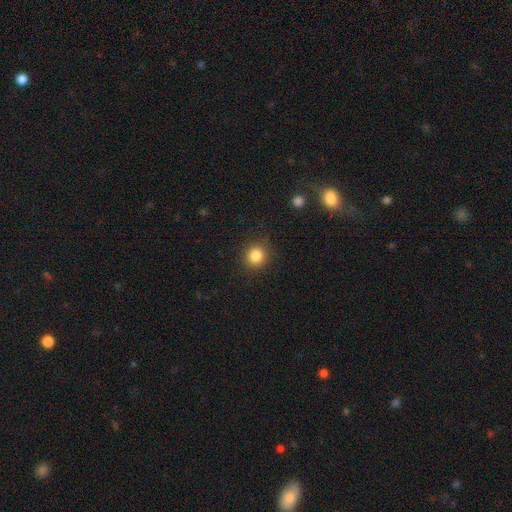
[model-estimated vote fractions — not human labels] smooth-or-featured: smooth: 83% | star or artifact: 11% | featured or disk: 5%
  how-rounded: round: 89% | in between: 10% | cigar-shaped: 1%
  merging: none: 89% | minor disturbance: 8% | major disturbance: 3% | merger: 1%